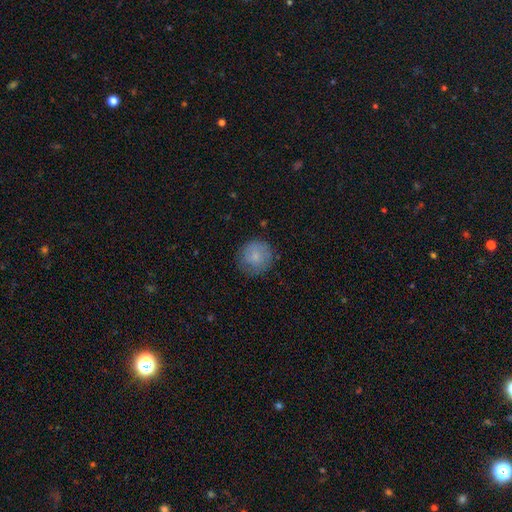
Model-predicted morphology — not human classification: A smooth galaxy with no disk features (80%) that is round (93%). Merging: none (80%).